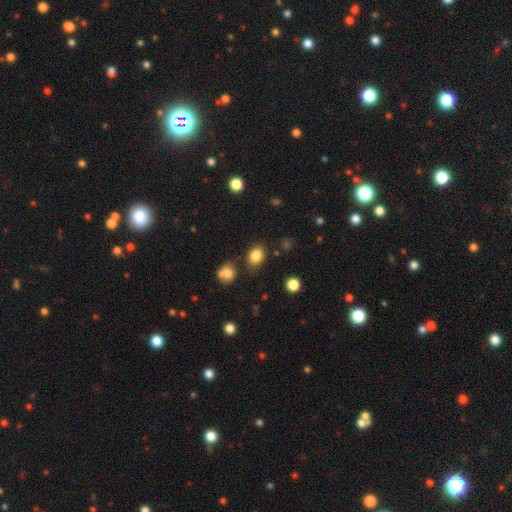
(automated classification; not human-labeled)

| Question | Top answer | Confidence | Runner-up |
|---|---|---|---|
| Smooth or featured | smooth | 83% | star or artifact (11%) |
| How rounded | in between | 56% | round (43%) |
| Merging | none | 76% | minor disturbance (14%) |